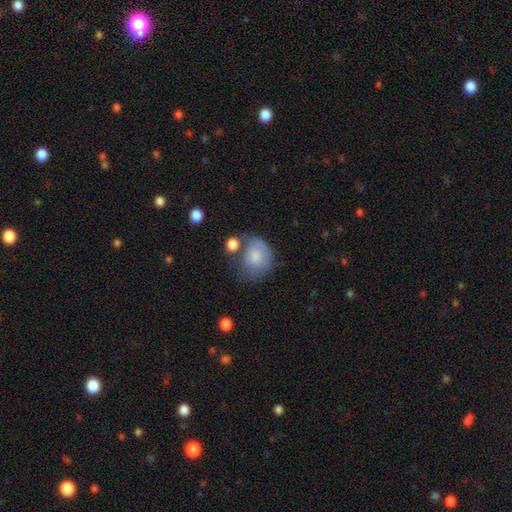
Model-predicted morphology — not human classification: Smooth or featured: smooth — 75% (featured or disk — 17%)
How rounded: round — 56% (in between — 43%)
Merging: none — 37% (minor disturbance — 28%)